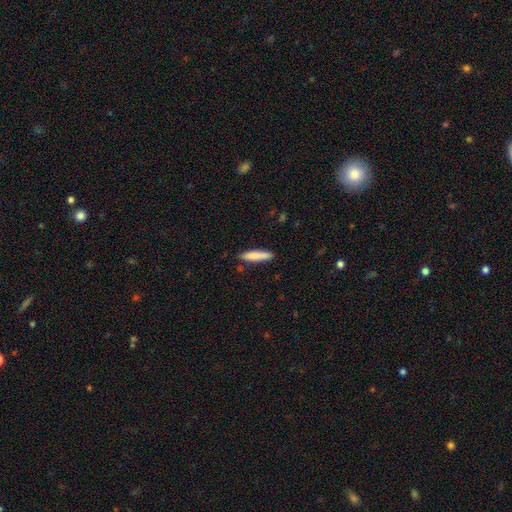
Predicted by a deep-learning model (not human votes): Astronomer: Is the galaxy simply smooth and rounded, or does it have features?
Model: smooth — 84%.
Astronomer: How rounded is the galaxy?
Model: cigar-shaped — 84%.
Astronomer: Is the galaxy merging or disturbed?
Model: none — 86%.